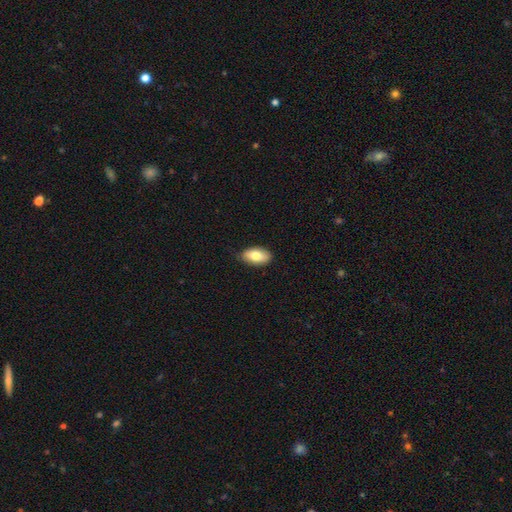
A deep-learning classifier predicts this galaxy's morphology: Smooth or featured?
  - smooth: 78% *
  - featured or disk: 16%
  - star or artifact: 6%
How rounded?
  - in between: 93% *
  - round: 4%
  - cigar-shaped: 3%
Merging?
  - none: 82% *
  - minor disturbance: 15%
  - major disturbance: 2%
  - merger: 1%